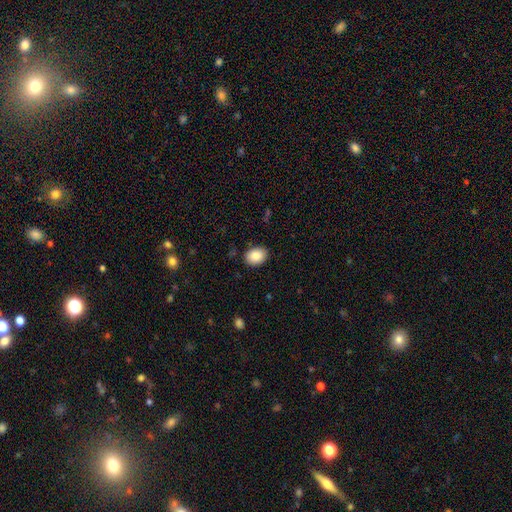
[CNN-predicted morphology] This is clearly a smooth galaxy (88%). How rounded: likely in between (76%). Merging: clearly none (88%).